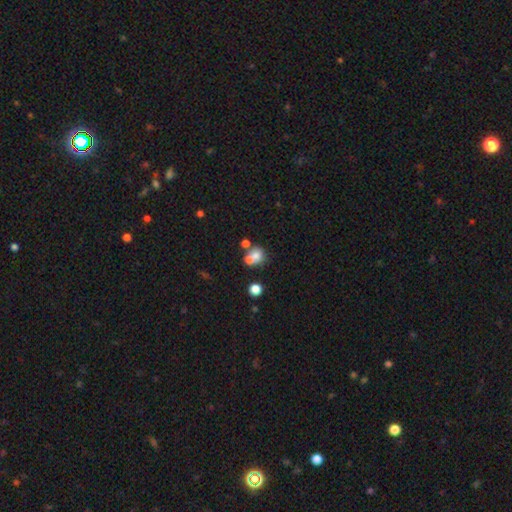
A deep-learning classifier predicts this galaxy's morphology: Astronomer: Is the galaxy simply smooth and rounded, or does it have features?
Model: smooth — 70%.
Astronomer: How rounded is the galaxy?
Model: round — 75%.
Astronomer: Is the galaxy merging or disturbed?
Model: merger — 49% (runner-up: none, 38%).